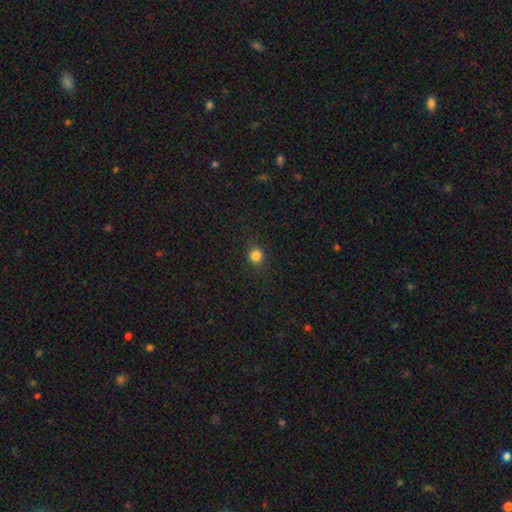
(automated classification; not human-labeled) smooth 83%, star or artifact 13%, featured or disk 4%. Down the decision tree: how rounded — round (88%); merging — none (89%).